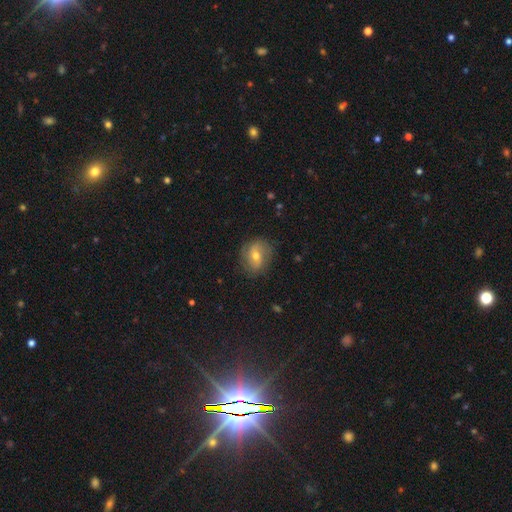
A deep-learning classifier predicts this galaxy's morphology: Overall: featured or disk (52%; smooth 36%). Edge-on disk: no (96%). Merging: none (77%).